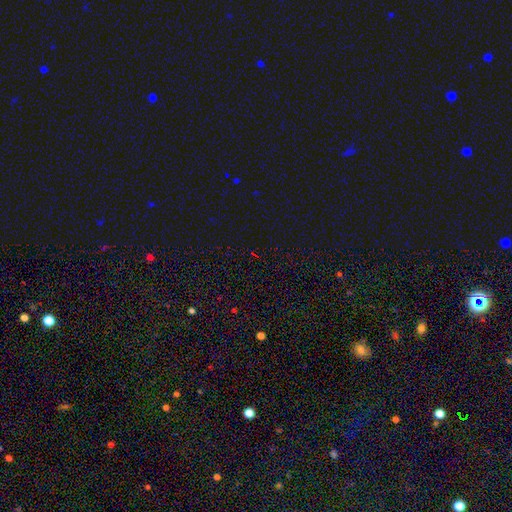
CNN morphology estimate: The model was most divided on "smooth or featured": star or artifact: 73%, smooth: 21%, featured or disk: 7%.